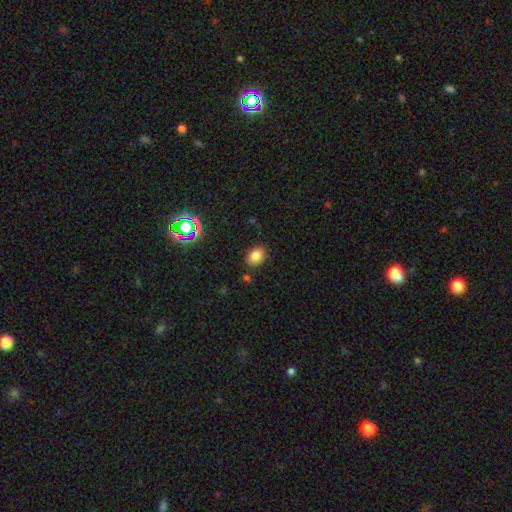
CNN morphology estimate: smooth_or_featured: smooth (p=0.82) [alt: star or artifact p=0.12]
how_rounded: in between (p=0.79) [alt: round p=0.20]
merging: none (p=0.85) [alt: minor disturbance p=0.10]